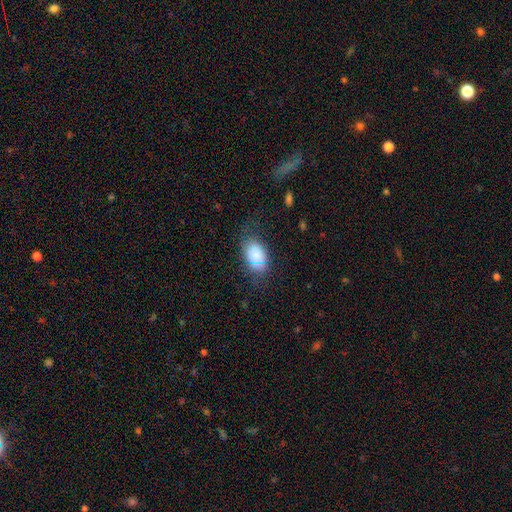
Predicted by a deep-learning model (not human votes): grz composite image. It shows a smooth galaxy with no disk features (80%) that is in between round and cigar-shaped (89%). Merging: none (62%).